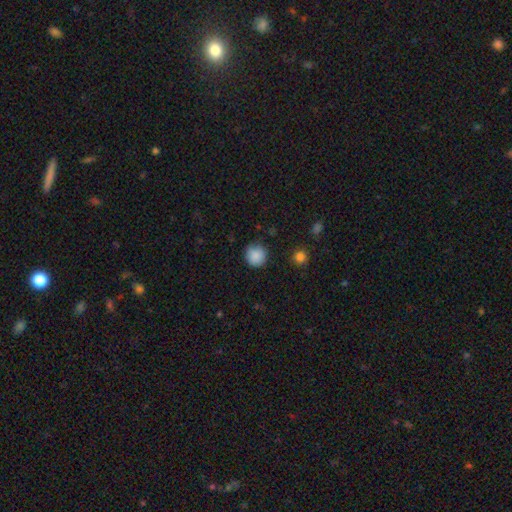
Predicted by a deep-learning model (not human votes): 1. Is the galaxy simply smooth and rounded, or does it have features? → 87% smooth, 9% star or artifact, 4% featured or disk.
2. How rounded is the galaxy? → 93% round, 6% in between, 1% cigar-shaped.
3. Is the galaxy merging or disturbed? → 84% none, 12% minor disturbance, 3% major disturbance, 1% merger.